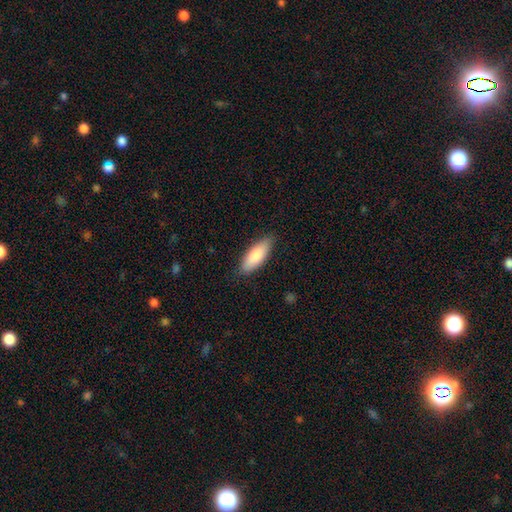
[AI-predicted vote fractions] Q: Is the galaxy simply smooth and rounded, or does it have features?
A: smooth — 85%.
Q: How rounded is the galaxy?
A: in between — 68%.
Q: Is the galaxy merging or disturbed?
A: none — 85%.